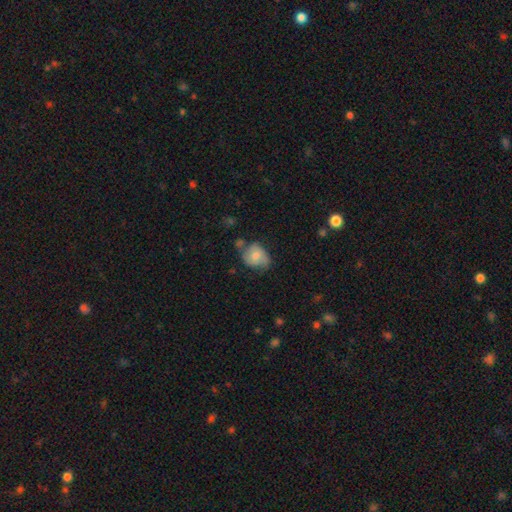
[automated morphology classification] Smooth or featured? smooth (61%)
How rounded? round (50%)
Merging? none (46%)